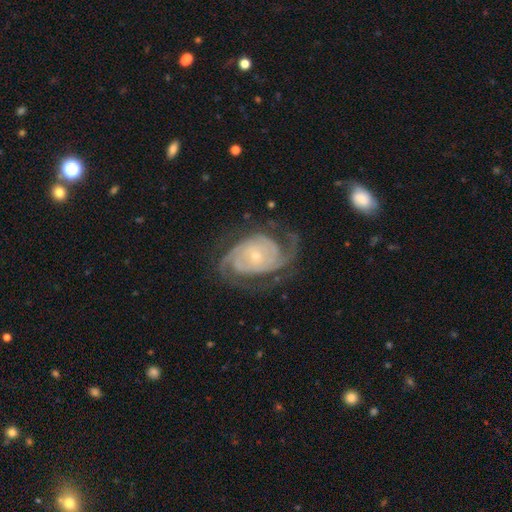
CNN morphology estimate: Smooth or featured? Predicted: featured or disk (p=0.90). Edge-on disk? Predicted: no (p=0.97). Bar? Predicted: no (p=0.72). Spiral arms? Predicted: yes (p=0.97). Spiral winding? Predicted: tight (p=0.57). Spiral arm count? Predicted: 2 (p=0.53). Bulge size? Predicted: small (p=0.76). Merging? Predicted: none (p=0.69).